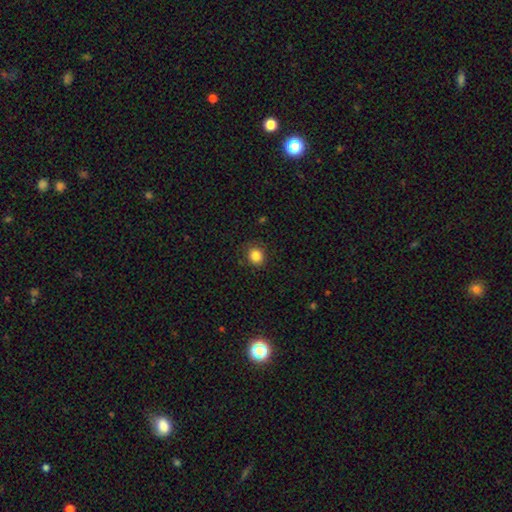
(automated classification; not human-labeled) Smooth or featured? smooth (84%)
How rounded? round (82%)
Merging? none (87%)